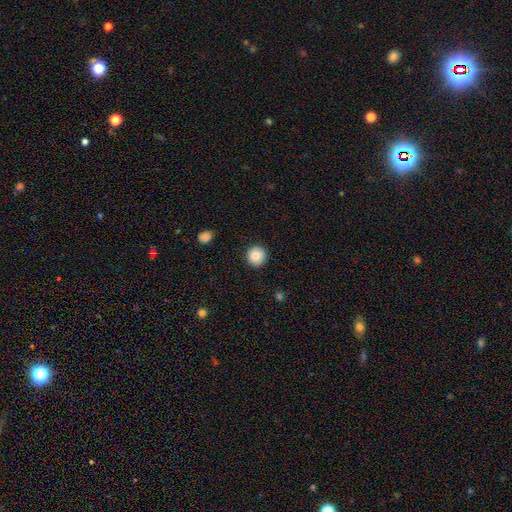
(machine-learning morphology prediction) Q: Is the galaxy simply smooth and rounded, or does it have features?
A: smooth — 85%.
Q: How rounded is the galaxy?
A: round — 93%.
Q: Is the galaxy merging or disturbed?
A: none — 90%.